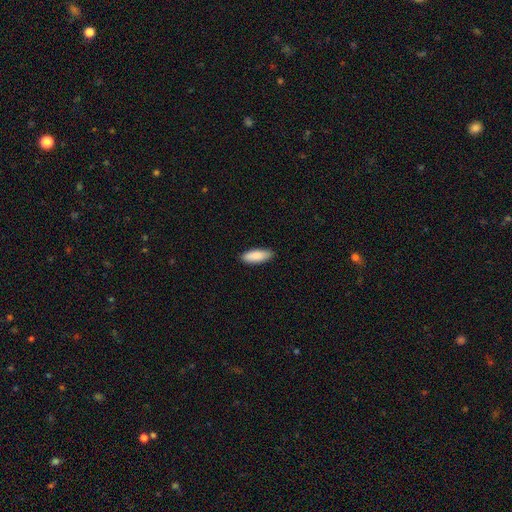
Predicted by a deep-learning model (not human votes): Smooth or featured?
  - smooth: 88% *
  - featured or disk: 6%
  - star or artifact: 5%
How rounded?
  - in between: 66% *
  - cigar-shaped: 32%
  - round: 2%
Merging?
  - none: 88% *
  - minor disturbance: 10%
  - major disturbance: 2%
  - merger: 1%